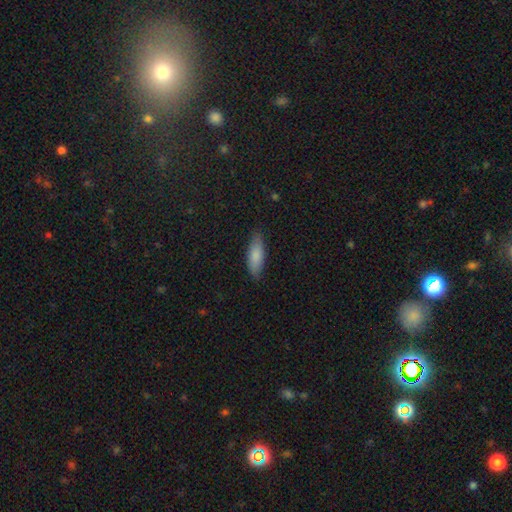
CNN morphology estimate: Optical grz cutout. It shows a smooth galaxy with no disk features (84%) that is in between round and cigar-shaped (60%). Merging: none (83%).